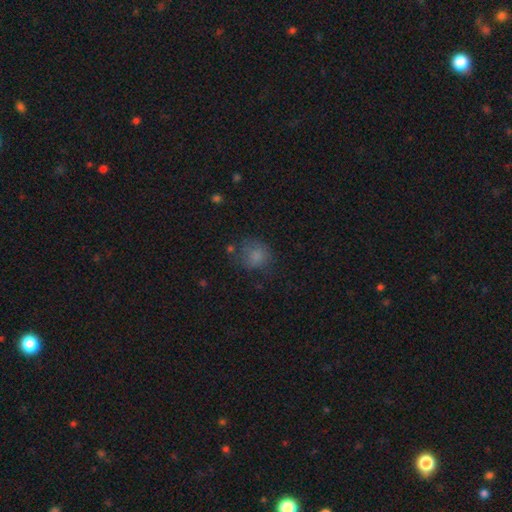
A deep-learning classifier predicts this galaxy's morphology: Smooth or featured: smooth — 76% (star or artifact — 13%)
How rounded: round — 75% (in between — 24%)
Merging: none — 54% (minor disturbance — 25%)